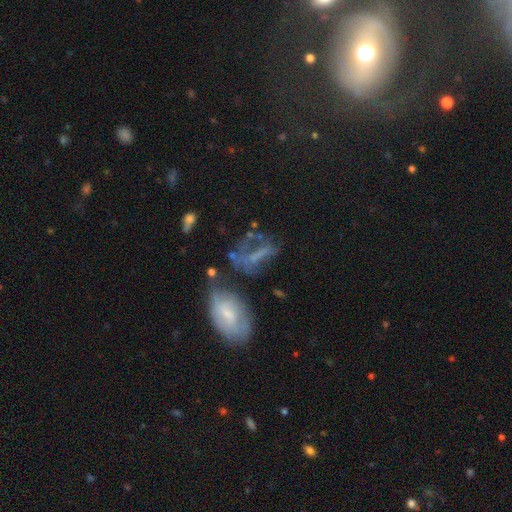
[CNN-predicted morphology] The model was most divided on "merging": none: 34%, major disturbance: 31%, minor disturbance: 20%, merger: 16%. Remaining: smooth or featured — featured or disk (48%).